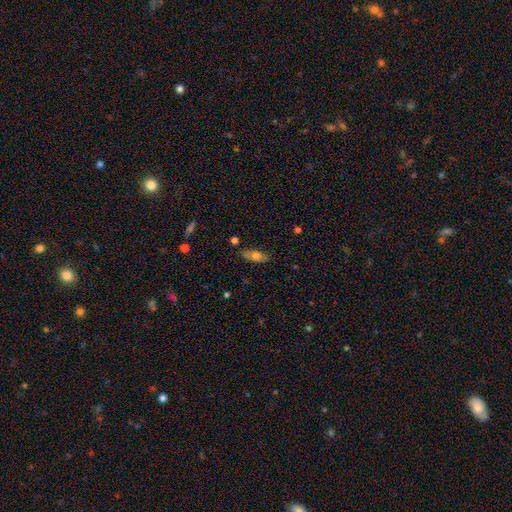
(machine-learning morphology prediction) Smooth or featured?
  - smooth: 65% *
  - featured or disk: 26%
  - star or artifact: 9%
How rounded?
  - in between: 72% *
  - cigar-shaped: 24%
  - round: 4%
Merging?
  - none: 80% *
  - minor disturbance: 14%
  - major disturbance: 3%
  - merger: 3%